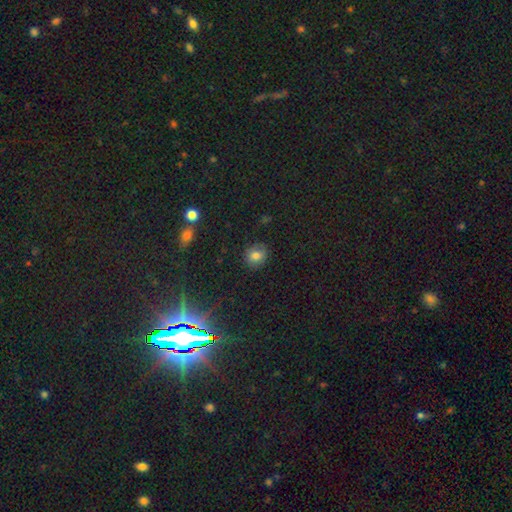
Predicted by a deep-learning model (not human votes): Smooth or featured?
  - smooth: 74% *
  - star or artifact: 16%
  - featured or disk: 10%
How rounded?
  - round: 75% *
  - in between: 24%
  - cigar-shaped: 1%
Merging?
  - none: 80% *
  - minor disturbance: 15%
  - major disturbance: 4%
  - merger: 1%